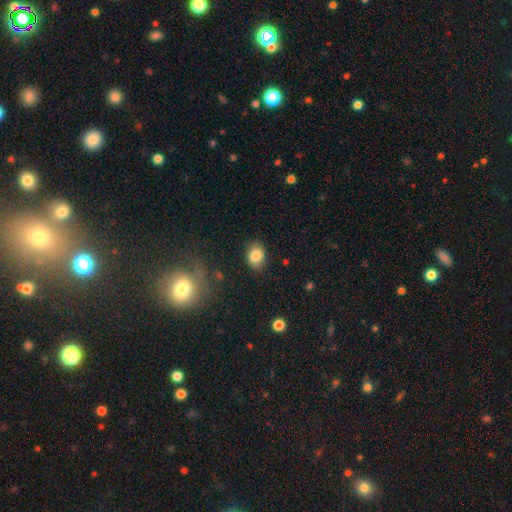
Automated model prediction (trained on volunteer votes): smooth-or-featured: smooth: 84% | star or artifact: 9% | featured or disk: 7%
  how-rounded: in between: 68% | round: 31% | cigar-shaped: 1%
  merging: none: 82% | minor disturbance: 13% | major disturbance: 3% | merger: 2%